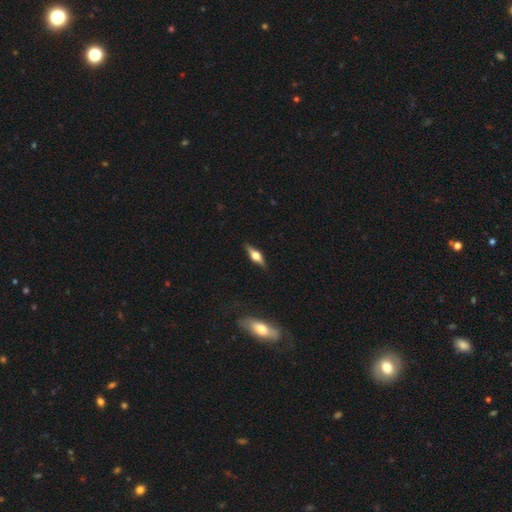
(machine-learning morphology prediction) Smooth or featured?
  - featured or disk: 69% *
  - smooth: 24%
  - star or artifact: 6%
Edge-on disk?
  - yes: 95% *
  - no: 5%
Edge-on bulge?
  - rounded: 93% *
  - boxy: 5%
  - none: 1%
Merging?
  - none: 86% *
  - minor disturbance: 10%
  - major disturbance: 2%
  - merger: 1%